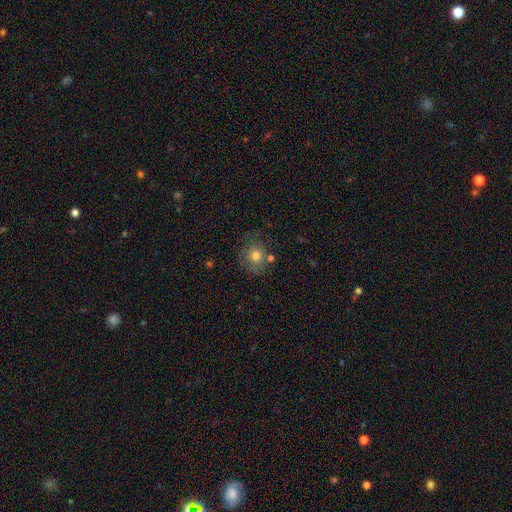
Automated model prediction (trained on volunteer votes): Overall: smooth (74%). How rounded: round (85%). Merging: none (68%).